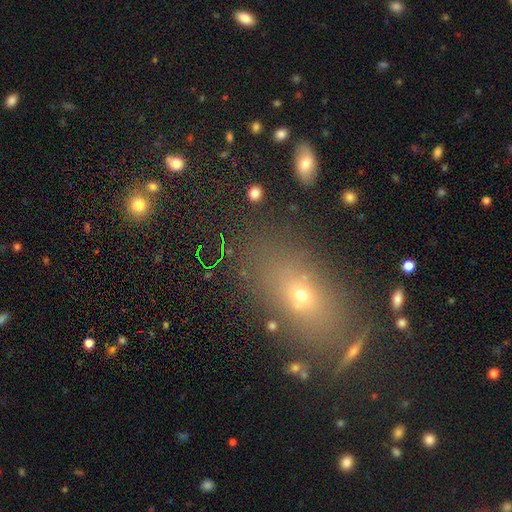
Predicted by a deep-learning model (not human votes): Overall: smooth (57%; star or artifact 26%). How rounded: in between (73%). Merging: none (79%).